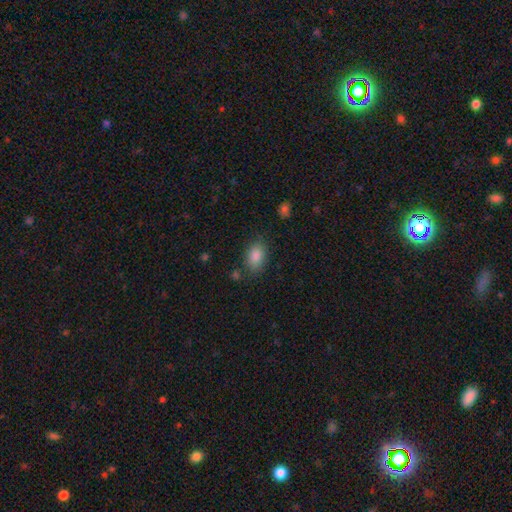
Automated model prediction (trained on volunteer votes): A smooth galaxy with no disk features (85%) that is in between round and cigar-shaped (85%).

Vote fractions:
- Smooth or featured? smooth: 85% / star or artifact: 9% / featured or disk: 6%
- How rounded? in between: 85% / round: 13% / cigar-shaped: 2%
- Merging? none: 80% / minor disturbance: 13% / major disturbance: 4% / merger: 3%